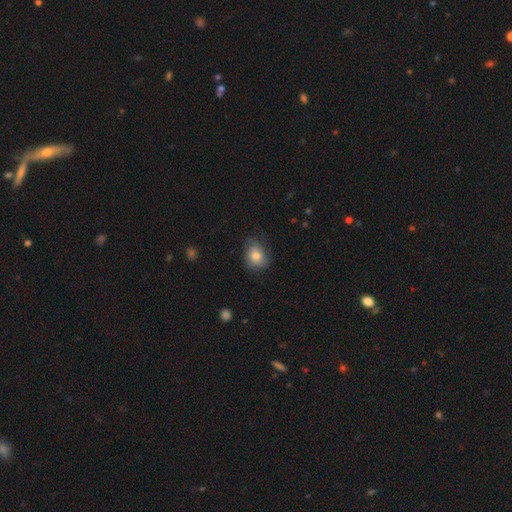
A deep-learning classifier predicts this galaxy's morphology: This is likely a smooth galaxy (76%). How rounded: possibly in between (52%). Merging: possibly none (59%).